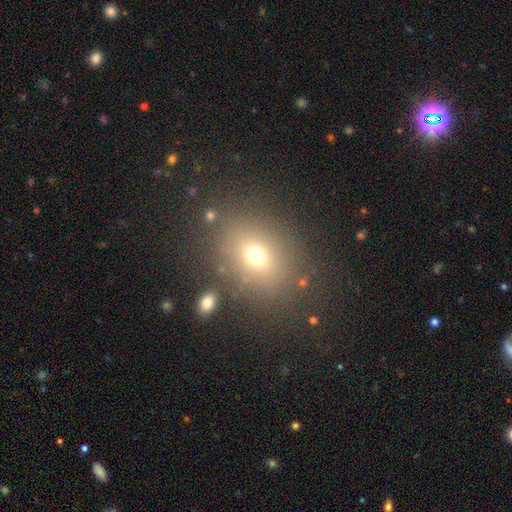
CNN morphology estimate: Smooth or featured? smooth (68%)
How rounded? in between (56%)
Merging? none (80%)